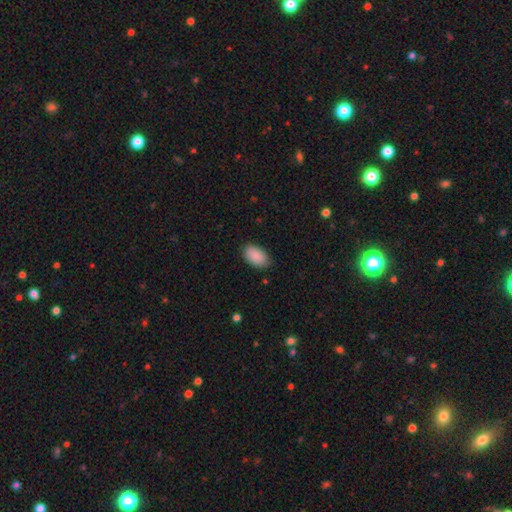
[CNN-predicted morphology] Smooth or featured? smooth (89%)
How rounded? in between (93%)
Merging? none (82%)